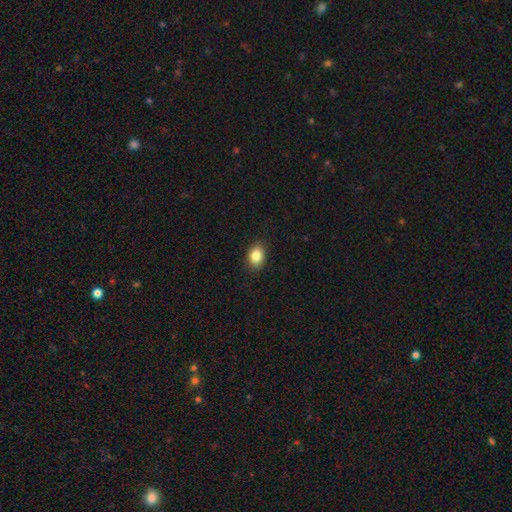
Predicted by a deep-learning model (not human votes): smooth-or-featured: smooth: 86% | star or artifact: 9% | featured or disk: 6%
  how-rounded: in between: 73% | round: 25% | cigar-shaped: 1%
  merging: none: 86% | minor disturbance: 11% | major disturbance: 2% | merger: 1%